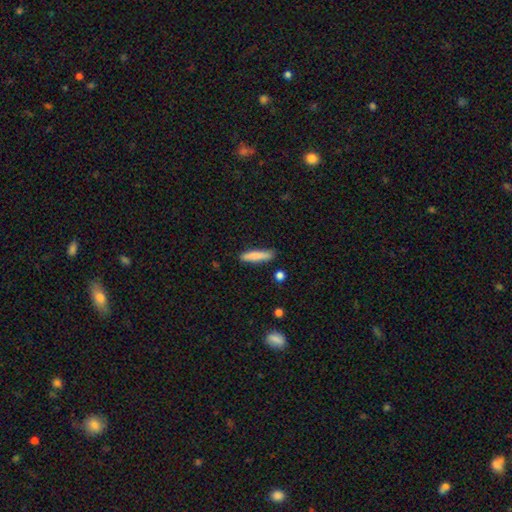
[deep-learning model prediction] smooth_or_featured: smooth (p=0.83) [alt: featured or disk p=0.11]
how_rounded: cigar-shaped (p=0.82) [alt: in between p=0.17]
merging: none (p=0.85) [alt: minor disturbance p=0.11]